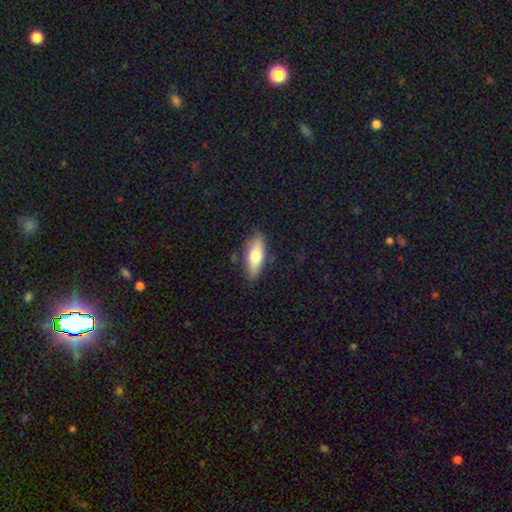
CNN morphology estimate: smooth-or-featured: smooth: 67% | featured or disk: 27% | star or artifact: 6%
  how-rounded: in between: 61% | cigar-shaped: 36% | round: 3%
  merging: none: 83% | minor disturbance: 13% | major disturbance: 3% | merger: 1%